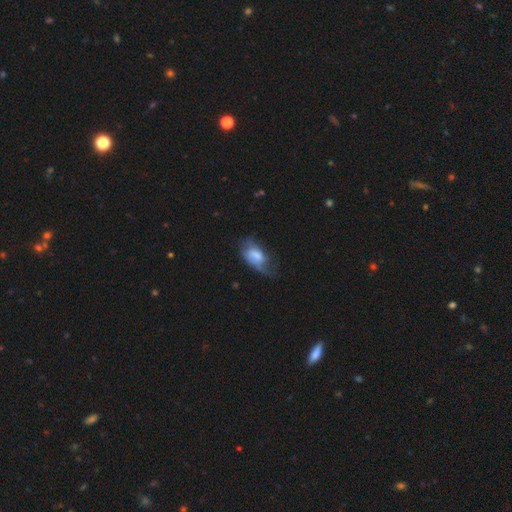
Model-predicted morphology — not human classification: Smooth or featured: smooth — 53% (featured or disk — 39%)
How rounded: in between — 90% (round — 7%)
Merging: major disturbance — 33% (none — 32%)